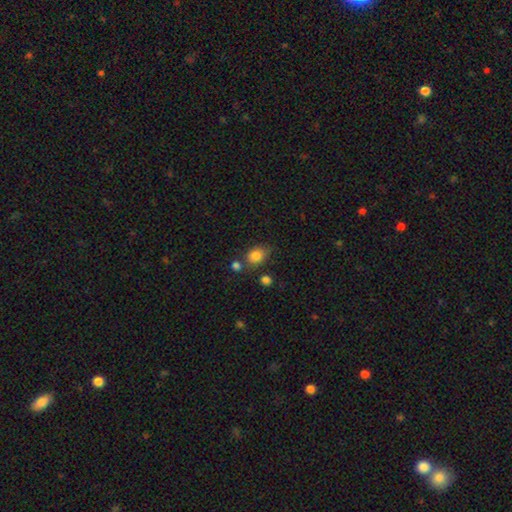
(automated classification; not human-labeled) smooth 82%, star or artifact 10%, featured or disk 7%. Down the decision tree: how rounded — in between (58%); merging — none (63%).